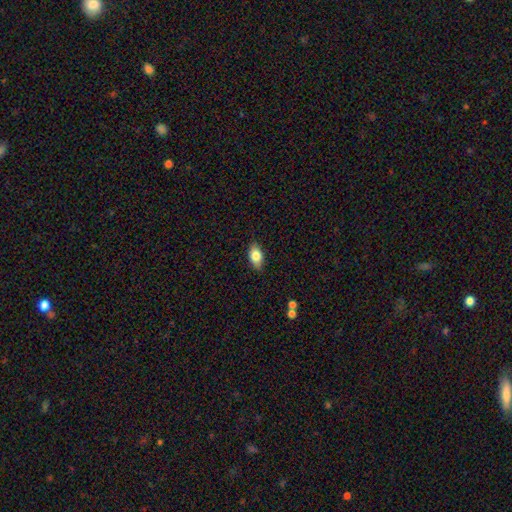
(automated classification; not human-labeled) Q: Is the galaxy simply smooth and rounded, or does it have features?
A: smooth — 78%.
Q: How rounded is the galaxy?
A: in between — 88%.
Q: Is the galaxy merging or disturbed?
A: none — 86%.